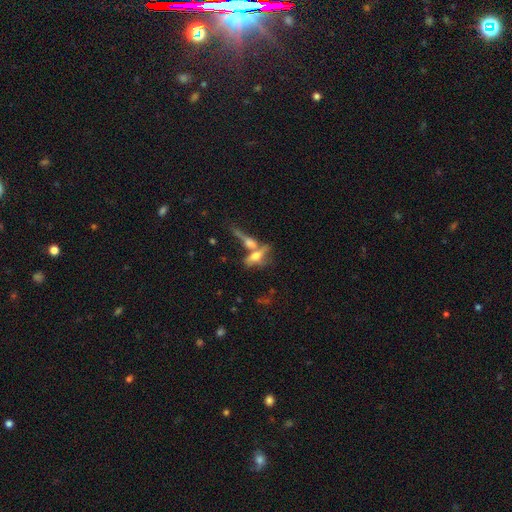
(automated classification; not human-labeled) A featured or disk galaxy (46%). Merging: merger (49%).